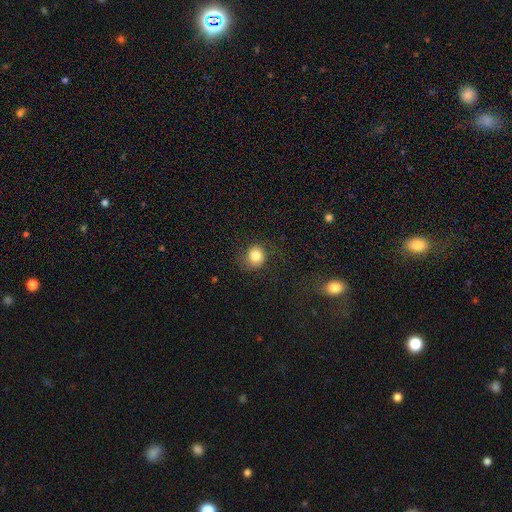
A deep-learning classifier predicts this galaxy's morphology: Smooth or featured: smooth — 82% (star or artifact — 11%)
How rounded: round — 87% (in between — 13%)
Merging: none — 76% (minor disturbance — 14%)